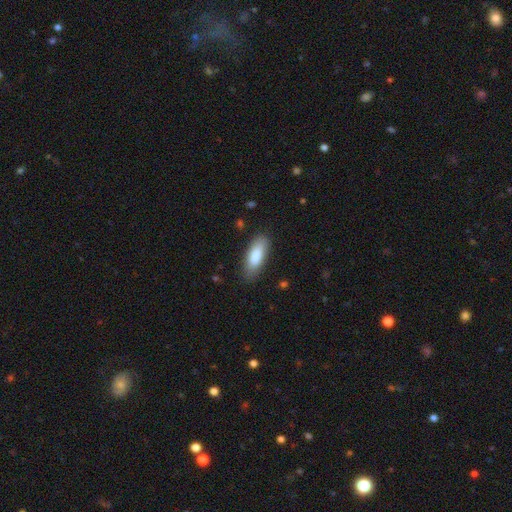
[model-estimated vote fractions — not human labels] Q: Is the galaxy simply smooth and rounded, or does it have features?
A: smooth — 83%.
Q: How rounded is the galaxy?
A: in between — 69%.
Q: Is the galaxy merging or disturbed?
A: none — 84%.